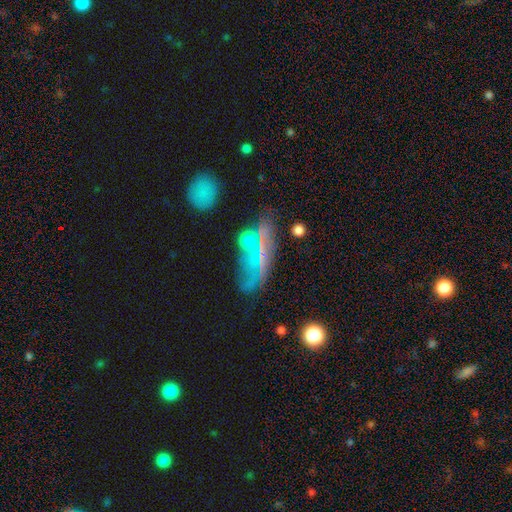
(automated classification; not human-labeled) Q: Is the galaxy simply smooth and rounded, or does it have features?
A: featured or disk — 43%.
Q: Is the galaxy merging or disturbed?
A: none — 68%.